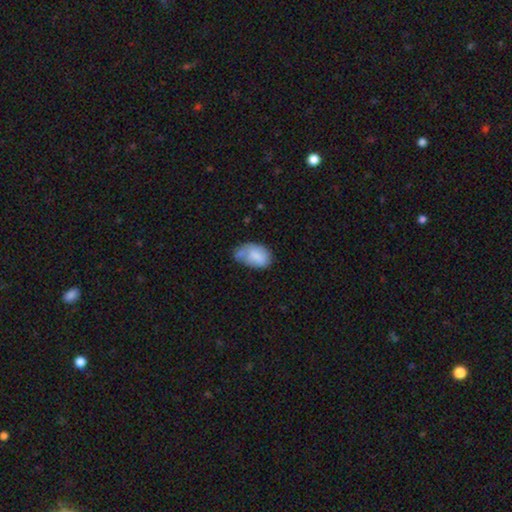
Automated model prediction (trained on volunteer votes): This is likely a smooth galaxy (73%). How rounded: clearly in between (88%). Merging: marginally minor disturbance (39%).